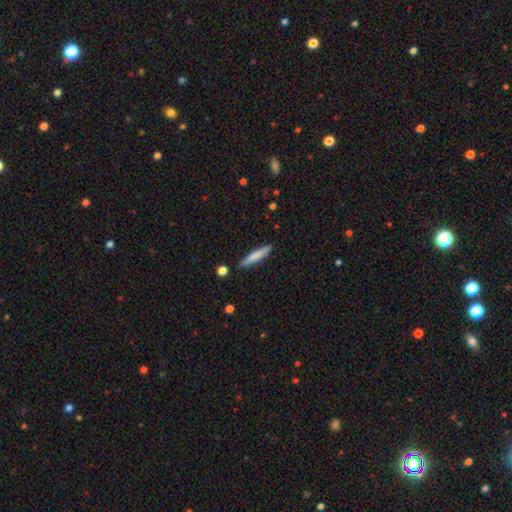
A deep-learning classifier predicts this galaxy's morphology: Smooth or featured?
  - smooth: 73% *
  - featured or disk: 21%
  - star or artifact: 6%
How rounded?
  - cigar-shaped: 91% *
  - in between: 7%
  - round: 1%
Merging?
  - none: 87% *
  - minor disturbance: 9%
  - merger: 2%
  - major disturbance: 2%